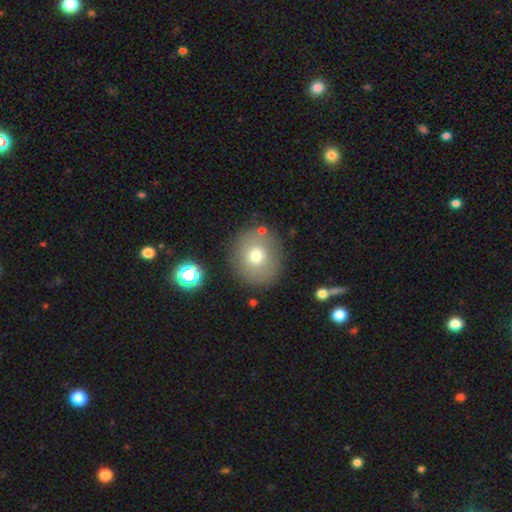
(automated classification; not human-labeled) Morphology: type=smooth (72%); roundness=round (81%); merging=none (83%).